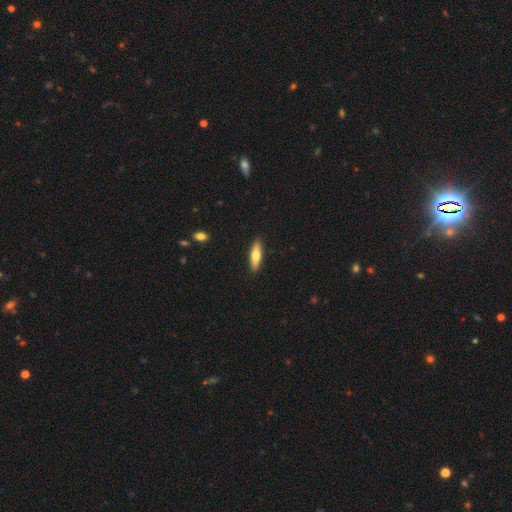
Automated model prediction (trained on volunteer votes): A smooth galaxy with no disk features (70%) that is cigar-shaped (62%).

Vote fractions:
- Smooth or featured? smooth: 70% / featured or disk: 24% / star or artifact: 6%
- How rounded? cigar-shaped: 62% / in between: 36% / round: 2%
- Merging? none: 90% / minor disturbance: 7% / major disturbance: 2% / merger: 1%